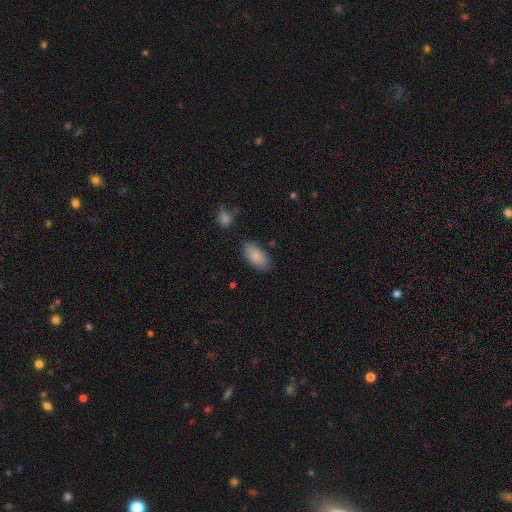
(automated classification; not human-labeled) This is clearly a smooth galaxy (87%). How rounded: clearly in between (92%). Merging: likely none (79%).